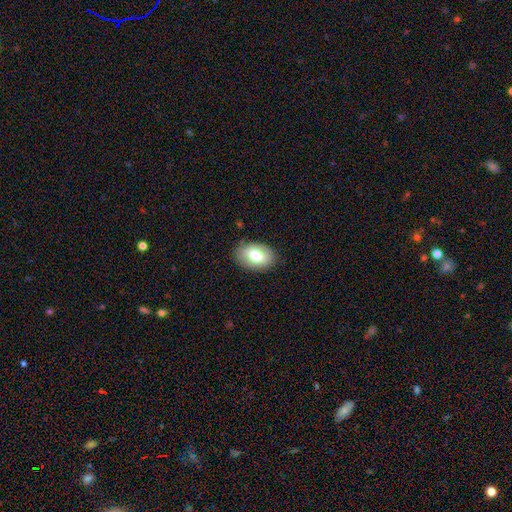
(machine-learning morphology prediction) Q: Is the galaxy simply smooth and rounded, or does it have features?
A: smooth — 71%.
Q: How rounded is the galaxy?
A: in between — 87%.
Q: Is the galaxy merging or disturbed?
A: none — 84%.